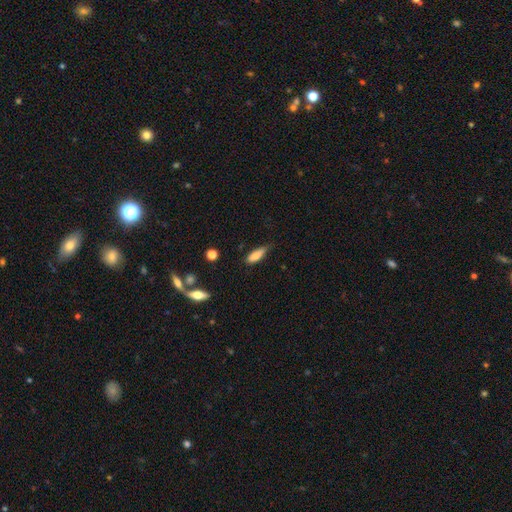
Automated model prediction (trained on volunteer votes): smooth 79%, featured or disk 14%, star or artifact 7%. Down the decision tree: how rounded — in between (62%); merging — none (60%).